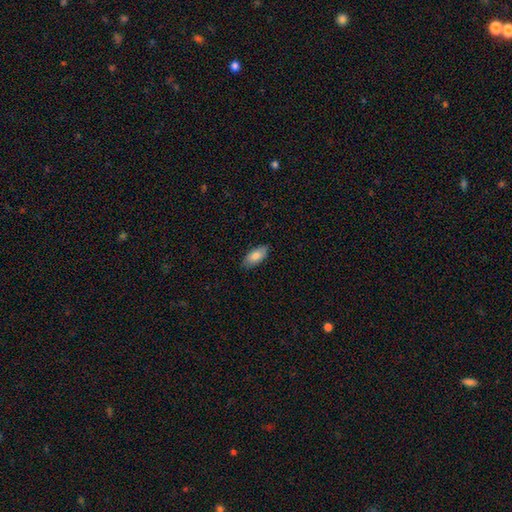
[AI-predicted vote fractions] Q: Smooth or featured?
A: smooth (81%); runner-up: featured or disk (13%)
Q: How rounded?
A: in between (89%); runner-up: cigar-shaped (9%)
Q: Merging?
A: none (86%); runner-up: minor disturbance (11%)